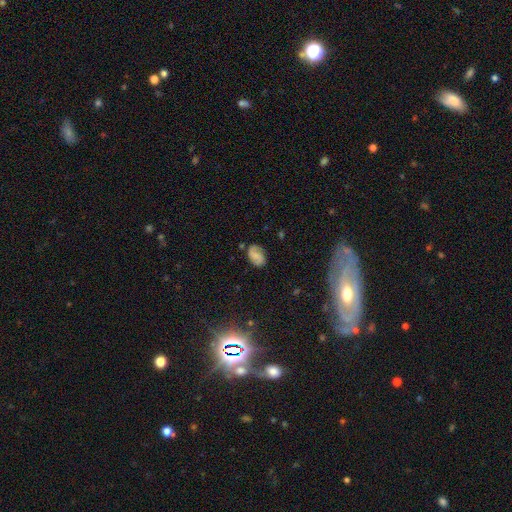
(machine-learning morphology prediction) smooth_or_featured: featured or disk (p=0.53) [alt: smooth p=0.36]
disk_edge_on: no (p=0.97) [alt: yes p=0.03]
bar: no (p=0.45) [alt: weak p=0.41]
has_spiral_arms: yes (p=0.90) [alt: no p=0.10]
bulge_size: none (p=0.51) [alt: small p=0.28]
merging: none (p=0.72) [alt: minor disturbance p=0.20]